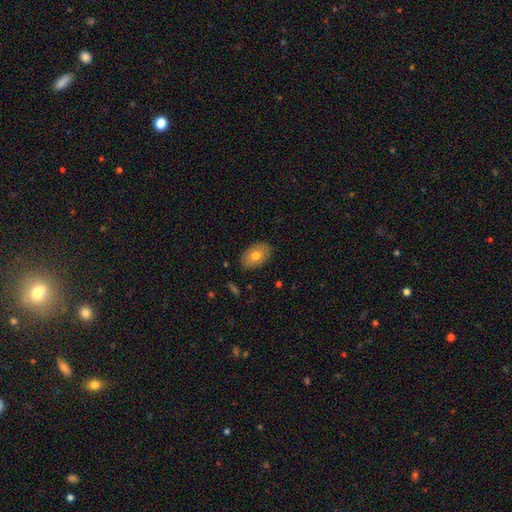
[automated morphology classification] Smooth or featured? Predicted: smooth (p=0.73). How rounded? Predicted: in between (p=0.89). Merging? Predicted: none (p=0.86).